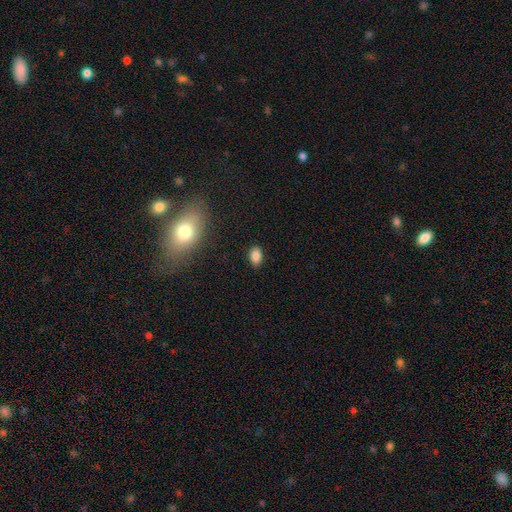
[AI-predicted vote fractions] Smooth or featured: smooth — 85% (star or artifact — 10%)
How rounded: in between — 86% (round — 12%)
Merging: none — 87% (minor disturbance — 10%)